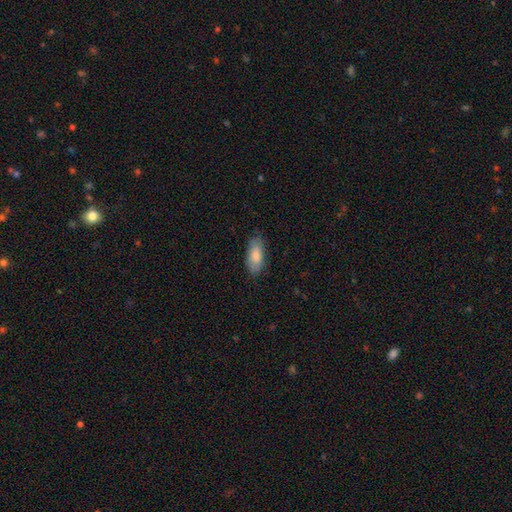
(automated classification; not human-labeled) Morphology: type=smooth (84%); roundness=in between (85%); merging=none (81%).